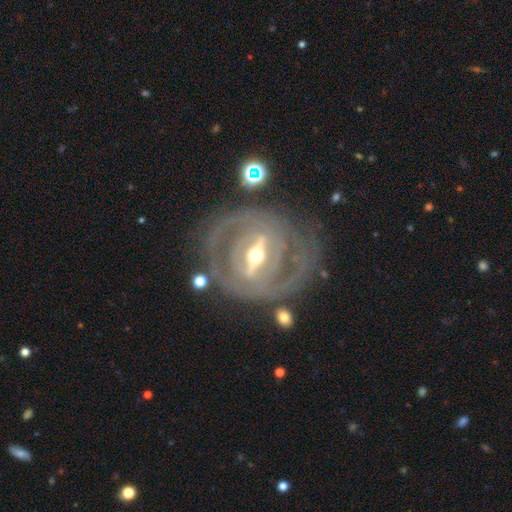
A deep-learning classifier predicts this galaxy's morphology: featured or disk 89%, smooth 6%, star or artifact 5%. Down the decision tree: edge-on disk — no (92%); bar — strong (73%); spiral arms — yes (79%); spiral arm count — 2 (41%); spiral winding — tight (70%); bulge size — moderate (57%); merging — none (74%).